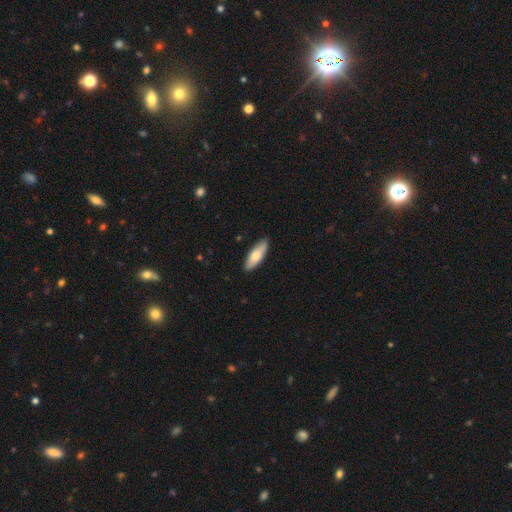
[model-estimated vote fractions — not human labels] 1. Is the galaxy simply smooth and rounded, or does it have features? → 72% smooth, 23% featured or disk, 5% star or artifact.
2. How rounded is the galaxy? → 60% in between, 38% cigar-shaped, 2% round.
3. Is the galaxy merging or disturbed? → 88% none, 10% minor disturbance, 2% major disturbance, 1% merger.